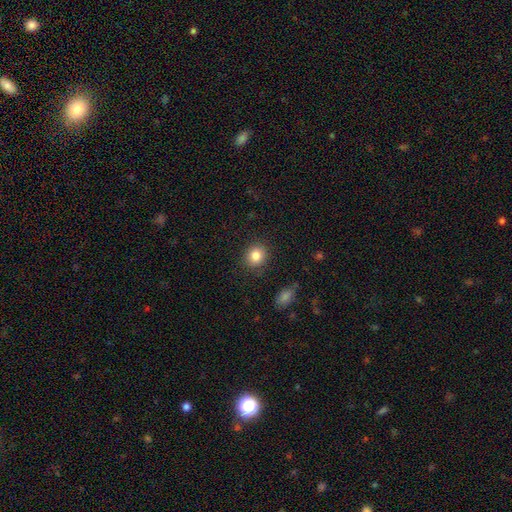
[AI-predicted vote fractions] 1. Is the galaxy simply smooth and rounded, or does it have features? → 84% smooth, 10% star or artifact, 6% featured or disk.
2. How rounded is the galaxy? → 75% round, 24% in between, 1% cigar-shaped.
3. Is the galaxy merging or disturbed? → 87% none, 9% minor disturbance, 3% major disturbance, 1% merger.